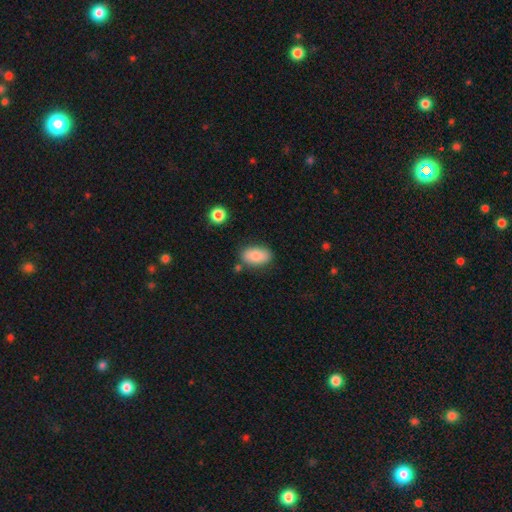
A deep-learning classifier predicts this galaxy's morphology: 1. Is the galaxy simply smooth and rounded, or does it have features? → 86% smooth, 7% star or artifact, 7% featured or disk.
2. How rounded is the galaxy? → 92% in between, 6% round, 2% cigar-shaped.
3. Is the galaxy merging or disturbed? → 78% none, 14% minor disturbance, 5% merger, 3% major disturbance.